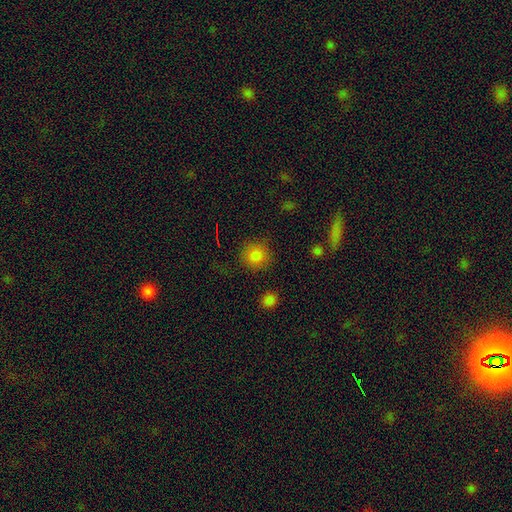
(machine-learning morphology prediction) Q: Smooth or featured?
A: smooth (83%); runner-up: star or artifact (12%)
Q: How rounded?
A: round (92%); runner-up: in between (7%)
Q: Merging?
A: none (85%); runner-up: minor disturbance (10%)